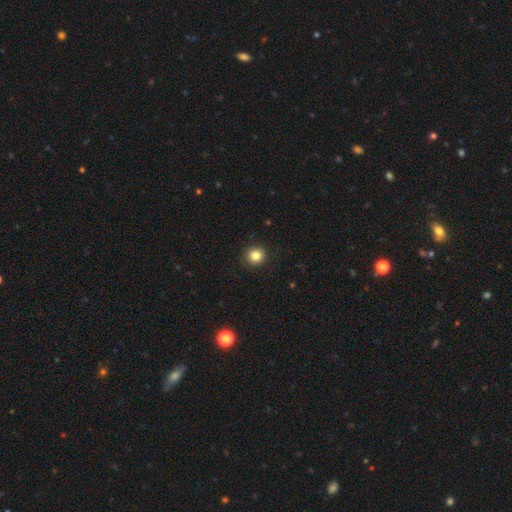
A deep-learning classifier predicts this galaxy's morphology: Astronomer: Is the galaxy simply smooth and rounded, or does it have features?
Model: smooth — 83%.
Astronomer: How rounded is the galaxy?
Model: round — 92%.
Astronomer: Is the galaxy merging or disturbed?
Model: none — 91%.